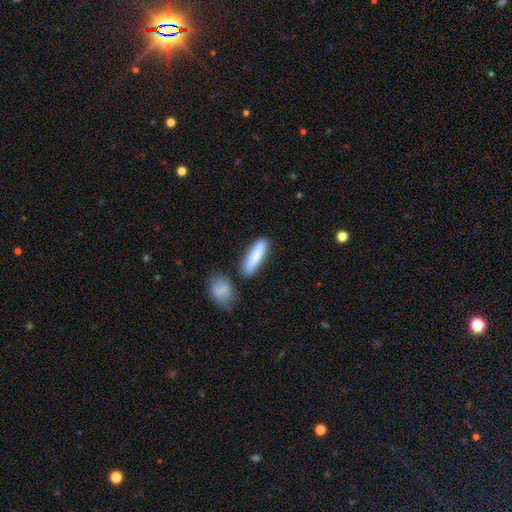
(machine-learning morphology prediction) The model was most divided on "how rounded": cigar-shaped: 70%, in between: 28%, round: 2%. More confident: smooth or featured — smooth (83%); merging — none (75%).